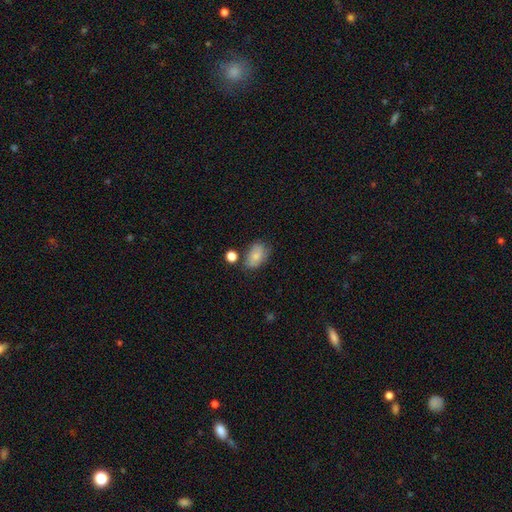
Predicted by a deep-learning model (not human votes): A smooth galaxy with no disk features (76%) that is in between round and cigar-shaped (85%). Merging: none (58%).